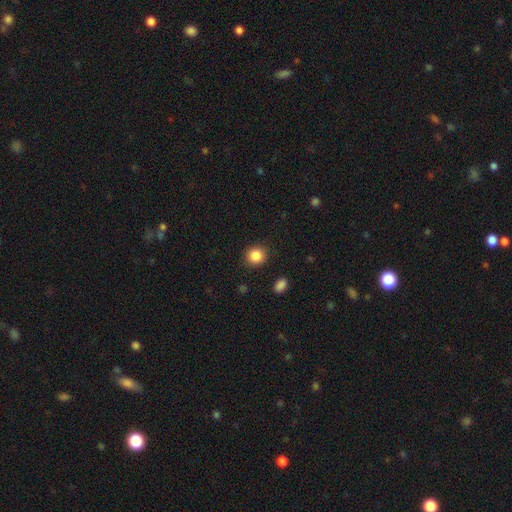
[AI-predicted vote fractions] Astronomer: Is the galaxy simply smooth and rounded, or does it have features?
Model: smooth — 87%.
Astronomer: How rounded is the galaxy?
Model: round — 86%.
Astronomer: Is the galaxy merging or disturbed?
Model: none — 89%.